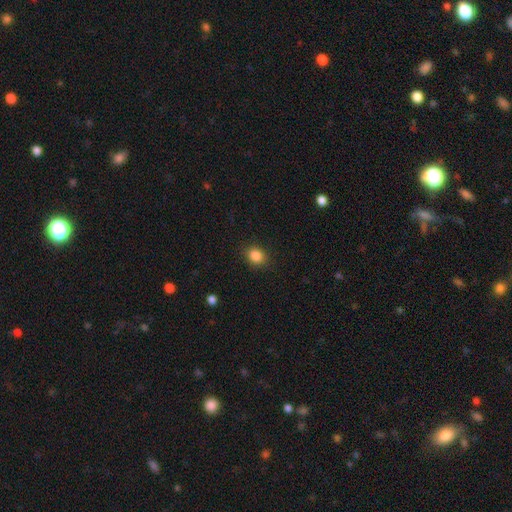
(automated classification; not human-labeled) smooth 86%, star or artifact 10%, featured or disk 4%. Down the decision tree: how rounded — round (61%); merging — none (87%).